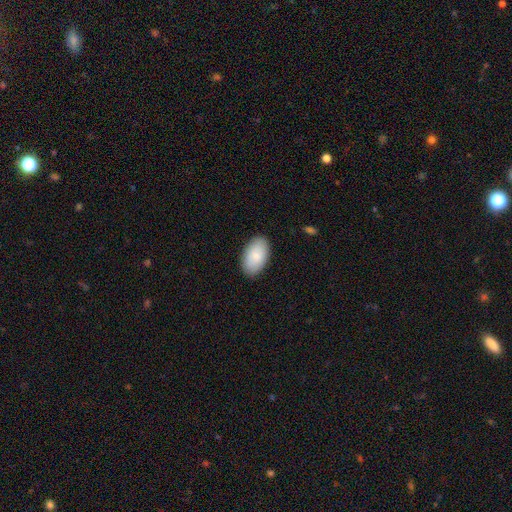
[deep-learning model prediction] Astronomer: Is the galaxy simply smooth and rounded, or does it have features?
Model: smooth — 86%.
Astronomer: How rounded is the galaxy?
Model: in between — 95%.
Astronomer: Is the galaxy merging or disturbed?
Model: none — 88%.